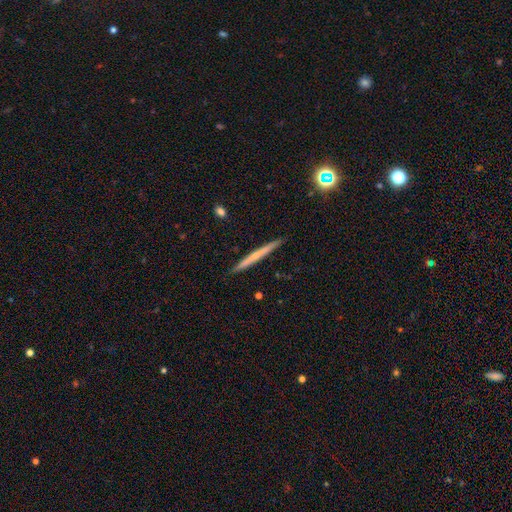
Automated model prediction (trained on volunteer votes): featured or disk 49%, smooth 44%, star or artifact 6%. Down the decision tree: merging — none (92%).